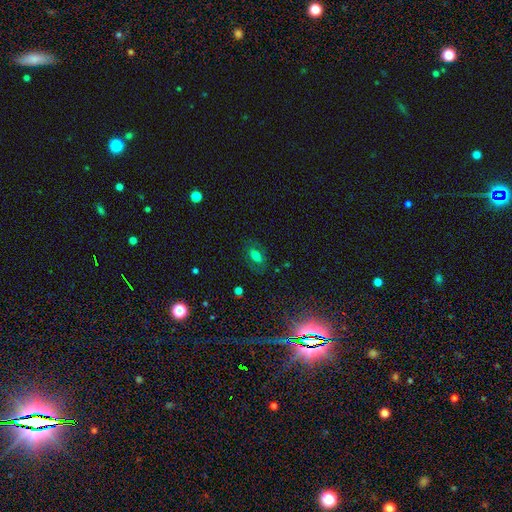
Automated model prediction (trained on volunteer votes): smooth_or_featured: smooth (p=0.62) [alt: featured or disk p=0.24]
how_rounded: in between (p=0.87) [alt: round p=0.10]
merging: none (p=0.78) [alt: minor disturbance p=0.14]